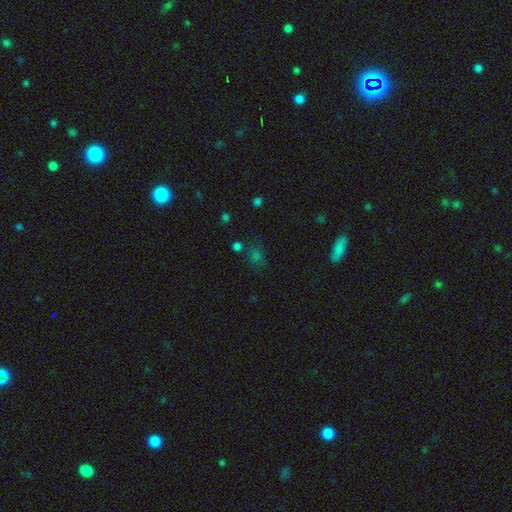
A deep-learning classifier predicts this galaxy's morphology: This is possibly a smooth galaxy (49%). Merging: likely none (74%).